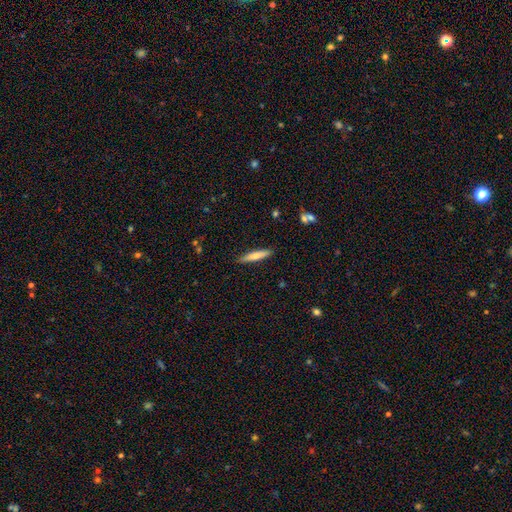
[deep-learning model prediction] Q: Smooth or featured?
A: smooth (70%); runner-up: featured or disk (24%)
Q: How rounded?
A: cigar-shaped (89%); runner-up: in between (10%)
Q: Merging?
A: none (89%); runner-up: minor disturbance (8%)